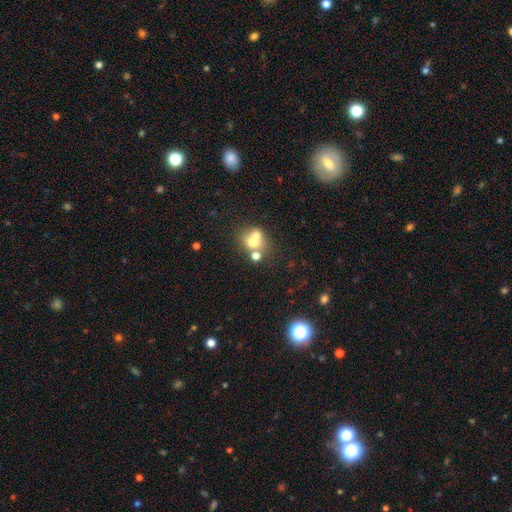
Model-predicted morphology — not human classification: The model was most divided on "merging": merger: 54%, none: 34%, minor disturbance: 8%, major disturbance: 5%. More confident: how rounded — round (71%); smooth or featured — smooth (60%).